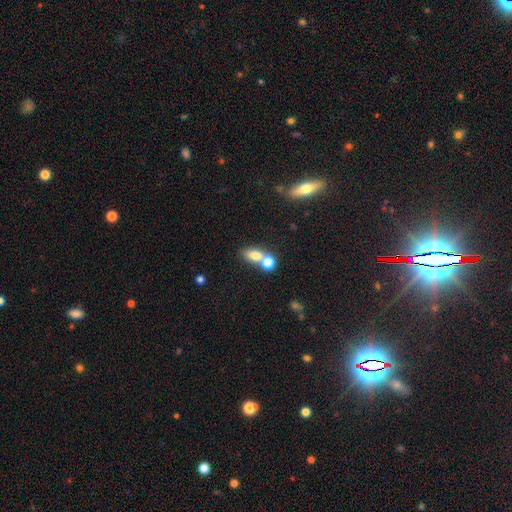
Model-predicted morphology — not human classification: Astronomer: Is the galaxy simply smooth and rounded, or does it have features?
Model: smooth — 75%.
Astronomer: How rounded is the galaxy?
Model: in between — 70%.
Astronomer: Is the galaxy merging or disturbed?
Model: merger — 52% (runner-up: none, 35%).